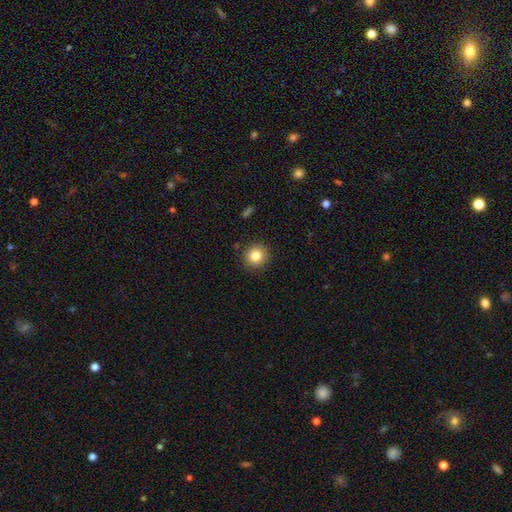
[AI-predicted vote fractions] This appears to be a smooth galaxy with no disk features (83%) that is round (93%). Merging: none (90%).